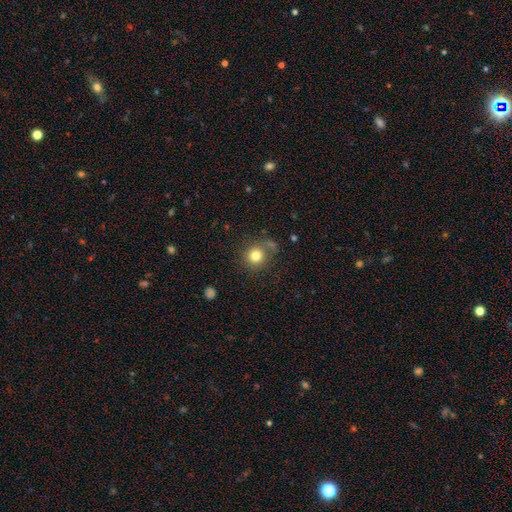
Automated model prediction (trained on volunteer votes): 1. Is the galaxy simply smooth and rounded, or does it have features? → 80% smooth, 12% star or artifact, 8% featured or disk.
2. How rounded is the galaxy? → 90% round, 9% in between, 1% cigar-shaped.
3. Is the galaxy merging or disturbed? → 73% none, 13% minor disturbance, 8% merger, 6% major disturbance.